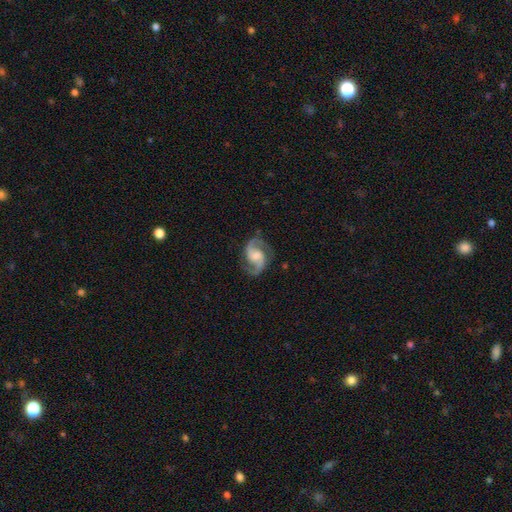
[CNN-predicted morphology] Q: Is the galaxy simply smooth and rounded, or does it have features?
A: featured or disk — 92%.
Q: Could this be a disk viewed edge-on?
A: no — 98%.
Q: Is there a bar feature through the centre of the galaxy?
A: no — 46%.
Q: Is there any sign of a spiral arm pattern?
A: yes — 98%.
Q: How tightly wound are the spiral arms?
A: medium — 61%.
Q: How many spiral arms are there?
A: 2 — 94%.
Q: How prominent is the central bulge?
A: moderate — 46%.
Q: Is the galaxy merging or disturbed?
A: none — 81%.